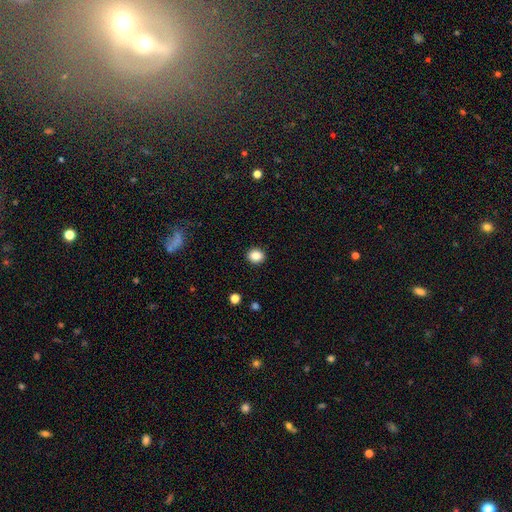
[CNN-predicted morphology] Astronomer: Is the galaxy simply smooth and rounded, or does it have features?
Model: smooth — 86%.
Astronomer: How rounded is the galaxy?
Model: round — 73%.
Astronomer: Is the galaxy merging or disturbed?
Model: none — 92%.